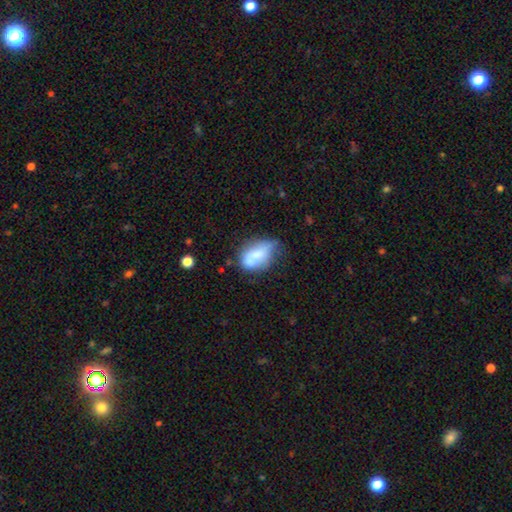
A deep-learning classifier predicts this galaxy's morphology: smooth 65%, featured or disk 26%, star or artifact 8%. Down the decision tree: how rounded — in between (85%); merging — minor disturbance (36%).